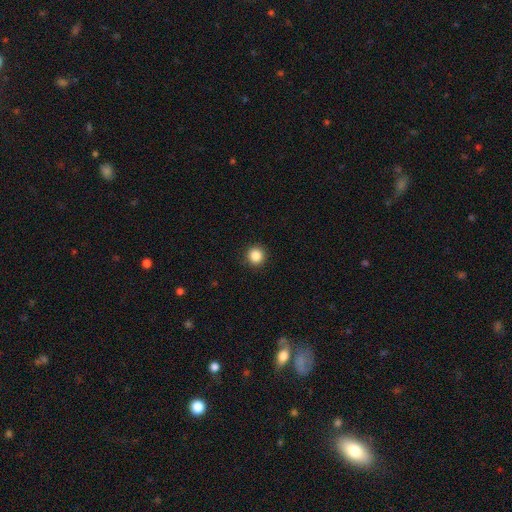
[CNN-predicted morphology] Overall: smooth (86%). How rounded: round (95%). Merging: none (92%).